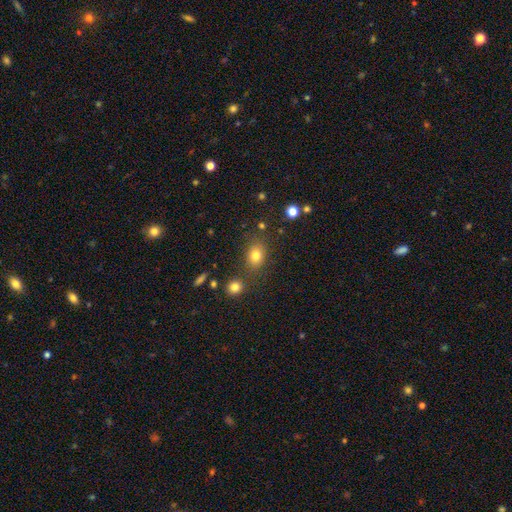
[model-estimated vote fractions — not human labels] Smooth or featured? smooth (80%)
How rounded? in between (52%)
Merging? none (77%)